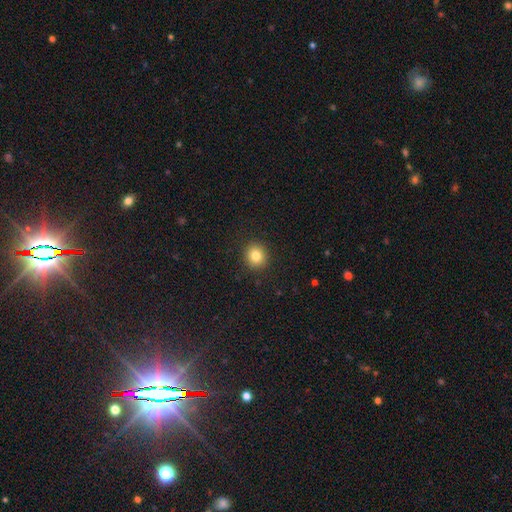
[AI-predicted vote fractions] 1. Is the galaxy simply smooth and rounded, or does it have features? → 82% smooth, 11% star or artifact, 7% featured or disk.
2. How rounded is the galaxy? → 89% round, 11% in between, 1% cigar-shaped.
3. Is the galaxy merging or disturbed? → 91% none, 6% minor disturbance, 2% major disturbance, 1% merger.